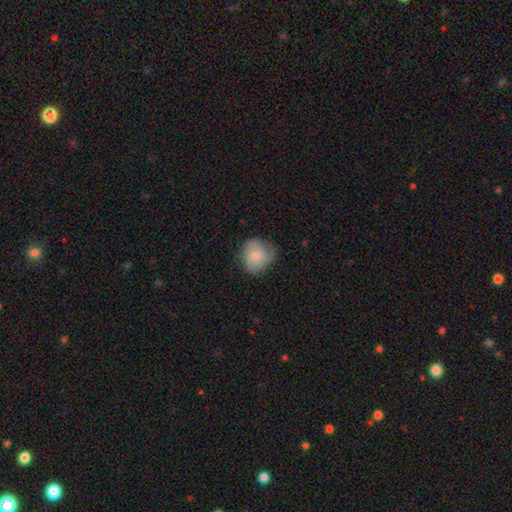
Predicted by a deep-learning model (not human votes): Smooth or featured?
  - smooth: 65% *
  - featured or disk: 28%
  - star or artifact: 7%
How rounded?
  - round: 77% *
  - in between: 22%
  - cigar-shaped: 1%
Merging?
  - none: 58% *
  - minor disturbance: 31%
  - major disturbance: 10%
  - merger: 1%